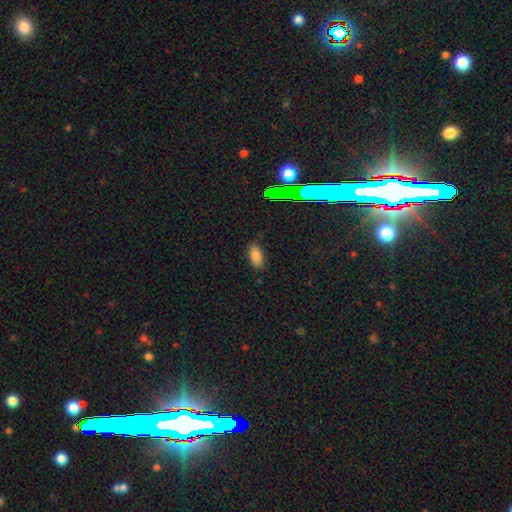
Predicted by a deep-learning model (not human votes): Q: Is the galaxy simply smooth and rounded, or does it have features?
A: smooth — 81%.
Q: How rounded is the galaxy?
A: in between — 91%.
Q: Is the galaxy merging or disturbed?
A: none — 83%.